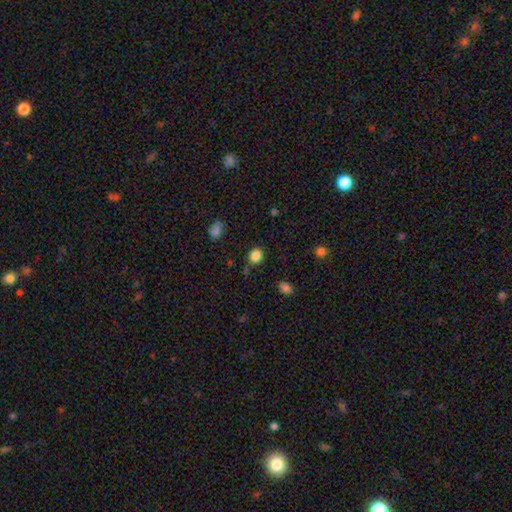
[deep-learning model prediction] Smooth or featured? smooth (85%)
How rounded? round (74%)
Merging? none (82%)